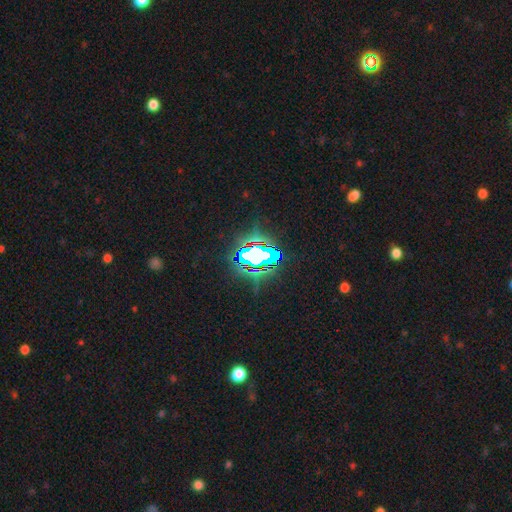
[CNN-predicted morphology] A star or artifact, not a galaxy (67%).